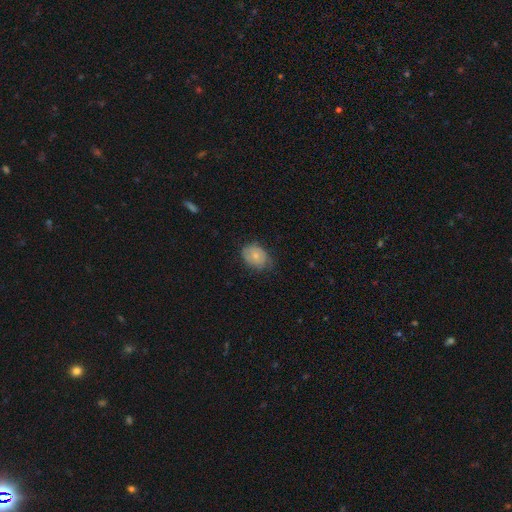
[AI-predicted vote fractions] Q: Smooth or featured?
A: smooth (68%); runner-up: featured or disk (24%)
Q: How rounded?
A: in between (61%); runner-up: round (38%)
Q: Merging?
A: none (59%); runner-up: minor disturbance (32%)